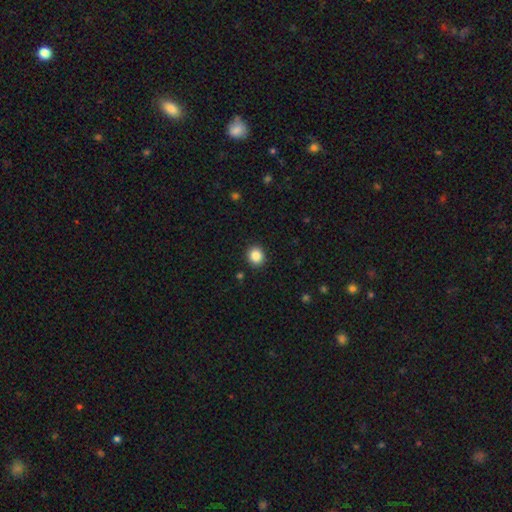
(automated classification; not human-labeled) This is clearly a smooth galaxy (87%). How rounded: likely round (79%). Merging: clearly none (91%).